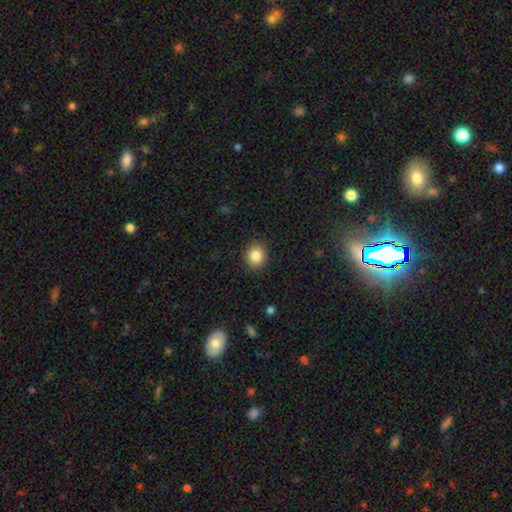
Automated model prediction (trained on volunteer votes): smooth 86%, star or artifact 9%, featured or disk 5%. Down the decision tree: how rounded — round (76%); merging — none (88%).